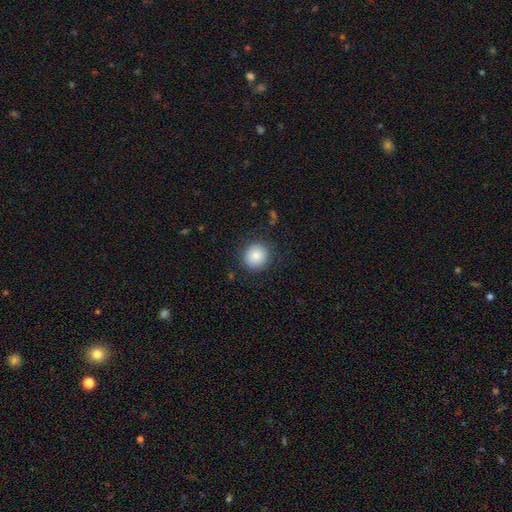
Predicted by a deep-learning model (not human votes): Smooth or featured: smooth — 86% (star or artifact — 8%)
How rounded: round — 89% (in between — 10%)
Merging: none — 88% (minor disturbance — 8%)